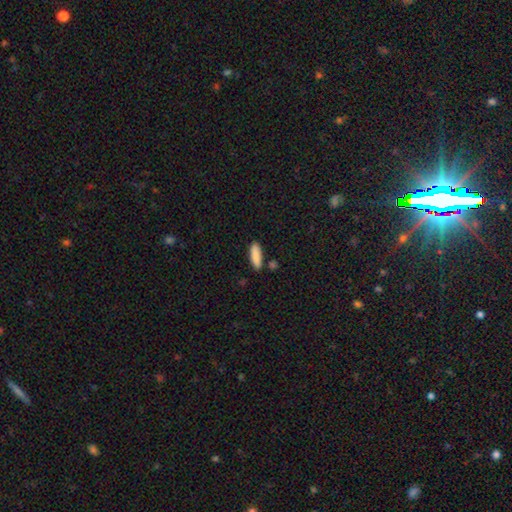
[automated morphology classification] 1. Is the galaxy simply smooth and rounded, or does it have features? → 88% smooth, 6% star or artifact, 6% featured or disk.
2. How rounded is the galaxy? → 51% in between, 47% cigar-shaped, 2% round.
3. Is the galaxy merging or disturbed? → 83% none, 10% minor disturbance, 5% merger, 2% major disturbance.